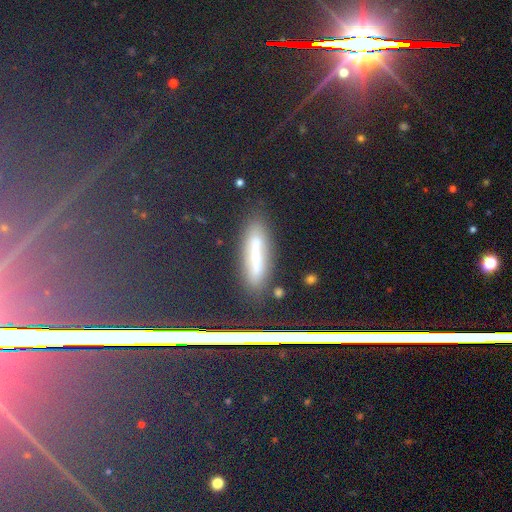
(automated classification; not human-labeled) Smooth or featured?
  - smooth: 49% *
  - star or artifact: 30%
  - featured or disk: 21%
Merging?
  - none: 74% *
  - minor disturbance: 15%
  - major disturbance: 6%
  - merger: 5%